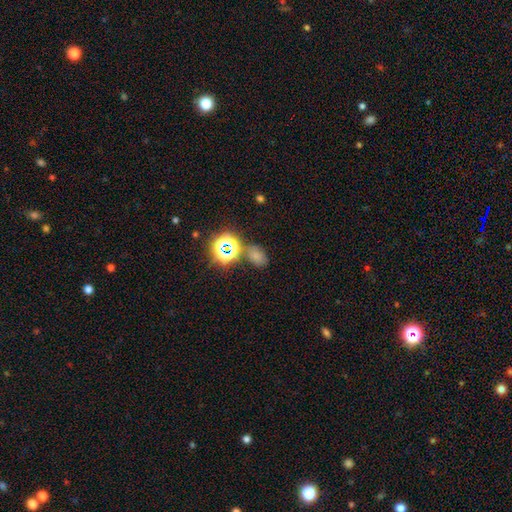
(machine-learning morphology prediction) smooth 59%, star or artifact 33%, featured or disk 8%. Down the decision tree: how rounded — in between (75%); merging — none (67%).